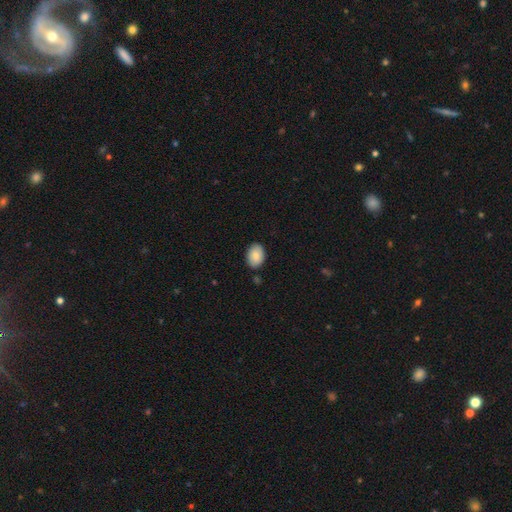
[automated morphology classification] Smooth or featured: smooth — 84% (featured or disk — 10%)
How rounded: in between — 82% (round — 17%)
Merging: none — 85% (minor disturbance — 11%)